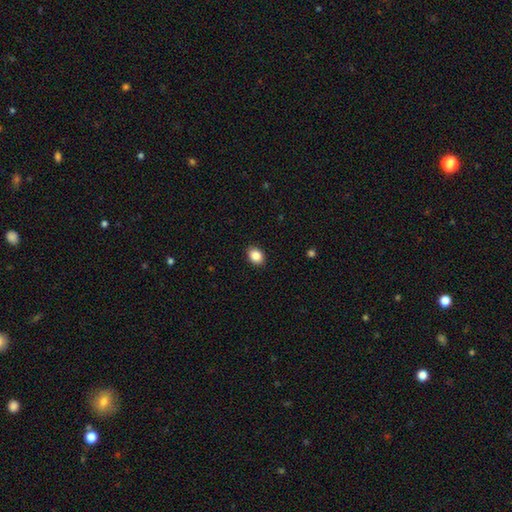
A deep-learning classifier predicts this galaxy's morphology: Overall: smooth (86%). How rounded: in between (62%; round 37%). Merging: none (90%).